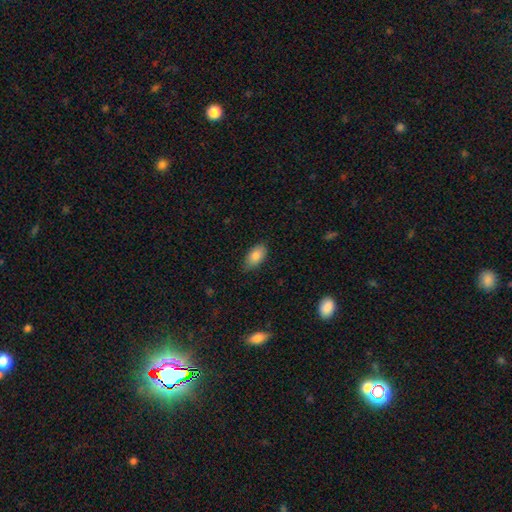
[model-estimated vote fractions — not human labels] Overall: smooth (86%). How rounded: in between (93%). Merging: none (82%).